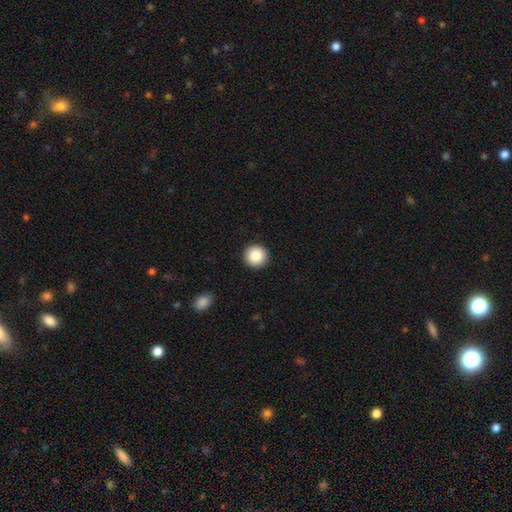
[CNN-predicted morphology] Smooth or featured: smooth — 86% (star or artifact — 8%)
How rounded: round — 96% (in between — 3%)
Merging: none — 93% (minor disturbance — 4%)